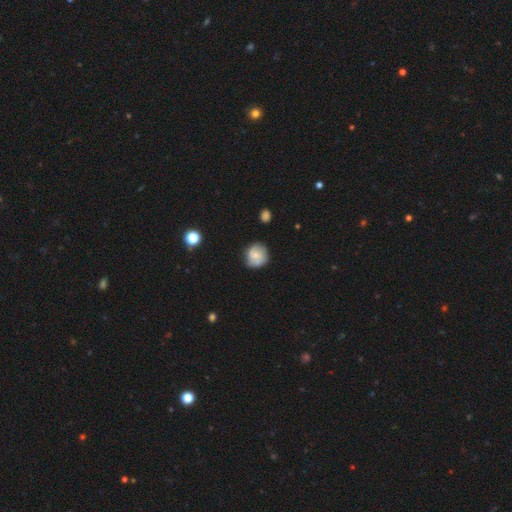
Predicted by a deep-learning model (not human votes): Morphology: type=smooth (57%); roundness=round (84%); merging=none (69%).